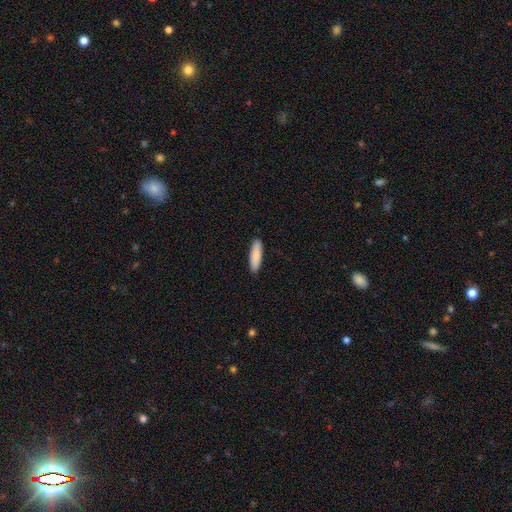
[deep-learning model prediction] A smooth galaxy with no disk features (87%) that is cigar-shaped (63%). Merging: none (91%).